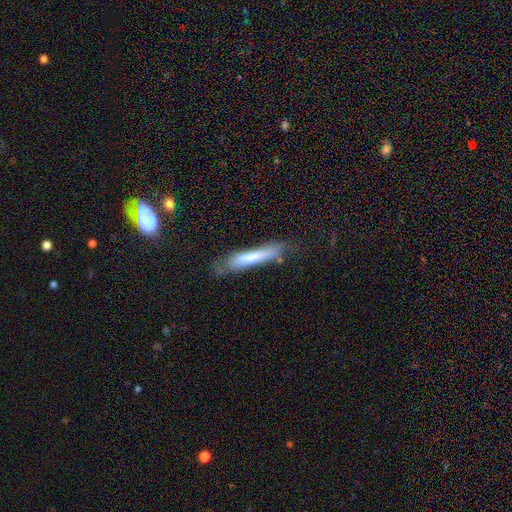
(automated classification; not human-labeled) smooth-or-featured: smooth: 68% | featured or disk: 25% | star or artifact: 6%
  how-rounded: cigar-shaped: 90% | in between: 8% | round: 1%
  merging: none: 63% | minor disturbance: 24% | major disturbance: 9% | merger: 4%